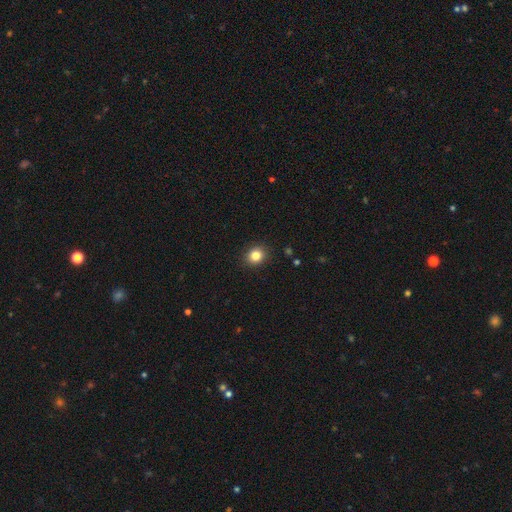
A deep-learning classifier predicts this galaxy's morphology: smooth_or_featured: smooth (p=0.84) [alt: star or artifact p=0.11]
how_rounded: round (p=0.74) [alt: in between p=0.25]
merging: none (p=0.90) [alt: minor disturbance p=0.07]